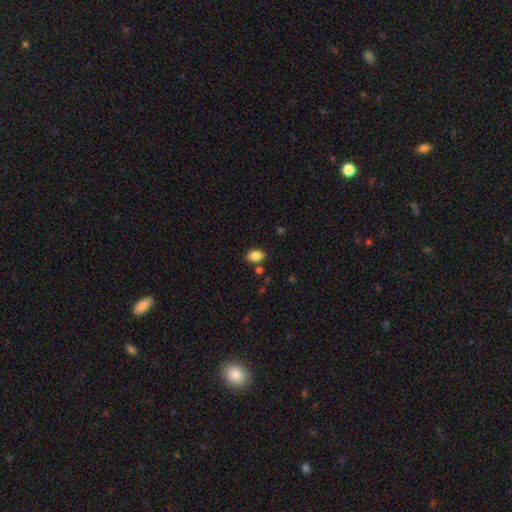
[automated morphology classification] Smooth or featured?
  - smooth: 86% *
  - star or artifact: 9%
  - featured or disk: 6%
How rounded?
  - in between: 87% *
  - round: 11%
  - cigar-shaped: 2%
Merging?
  - none: 81% *
  - minor disturbance: 11%
  - merger: 5%
  - major disturbance: 3%